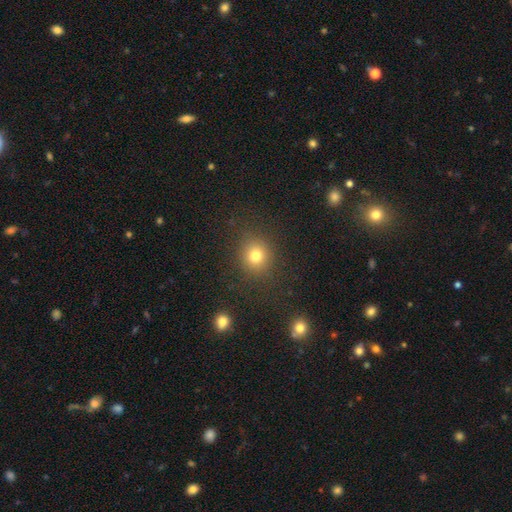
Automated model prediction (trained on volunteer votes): A smooth galaxy with no disk features (79%) that is round (79%). Merging: none (85%).